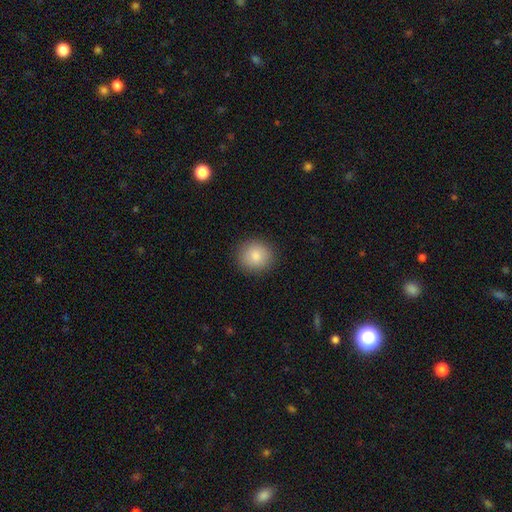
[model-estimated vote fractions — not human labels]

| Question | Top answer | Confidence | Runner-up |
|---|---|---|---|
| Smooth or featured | smooth | 87% | star or artifact (8%) |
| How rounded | round | 89% | in between (10%) |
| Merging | none | 90% | minor disturbance (6%) |